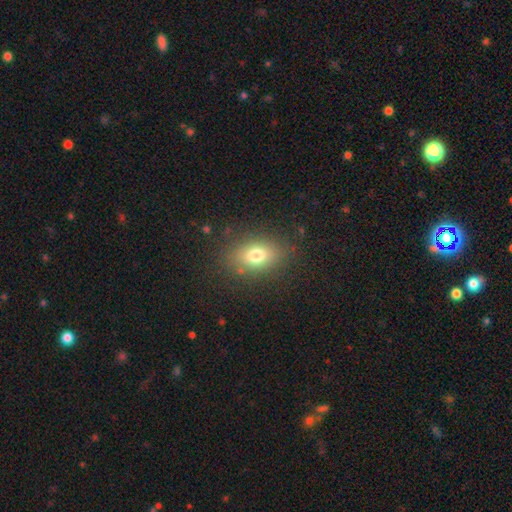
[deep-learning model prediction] This appears to be a smooth galaxy with no disk features (75%) that is in between round and cigar-shaped (78%). Merging: none (83%).